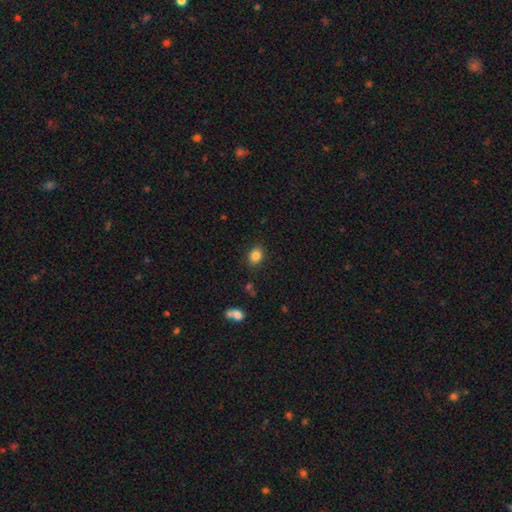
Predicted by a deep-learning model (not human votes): A smooth galaxy with no disk features (84%) that is in between round and cigar-shaped (60%).

Vote fractions:
- Smooth or featured? smooth: 84% / star or artifact: 10% / featured or disk: 5%
- How rounded? in between: 60% / round: 39% / cigar-shaped: 1%
- Merging? none: 86% / minor disturbance: 10% / major disturbance: 3% / merger: 2%